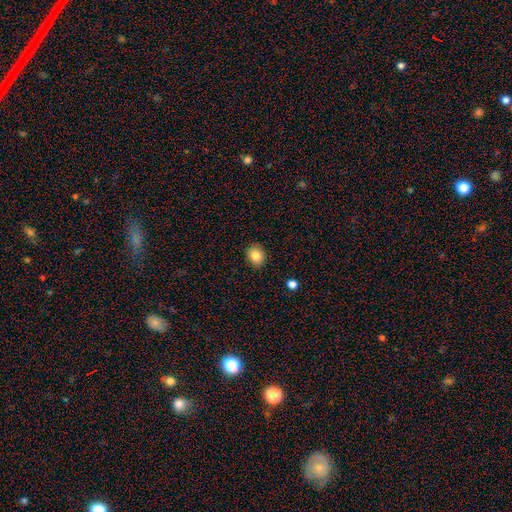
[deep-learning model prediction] Smooth or featured? smooth (84%)
How rounded? round (56%)
Merging? none (89%)